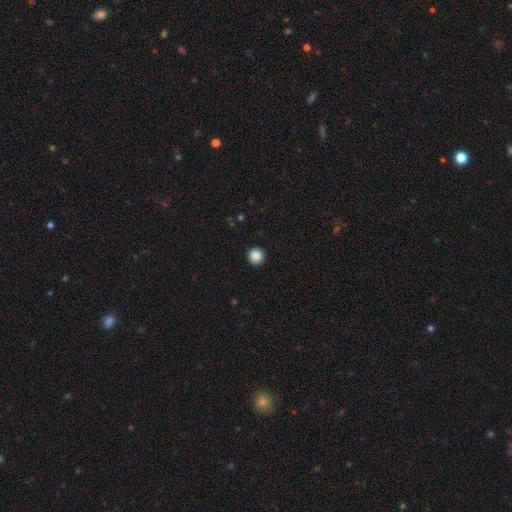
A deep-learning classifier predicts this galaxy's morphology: Q: Smooth or featured?
A: smooth (87%); runner-up: star or artifact (9%)
Q: How rounded?
A: round (95%); runner-up: in between (4%)
Q: Merging?
A: none (94%); runner-up: minor disturbance (4%)